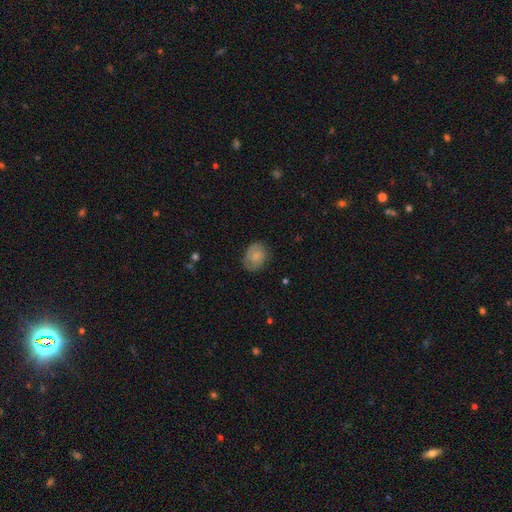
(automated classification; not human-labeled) smooth-or-featured: smooth: 73% | featured or disk: 19% | star or artifact: 8%
  how-rounded: in between: 59% | round: 40% | cigar-shaped: 1%
  merging: none: 73% | minor disturbance: 21% | major disturbance: 5% | merger: 1%